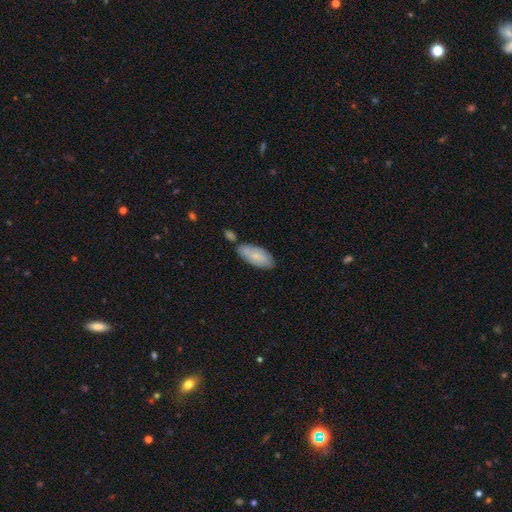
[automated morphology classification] Overall: smooth (73%). How rounded: in between (87%). Merging: none (62%).